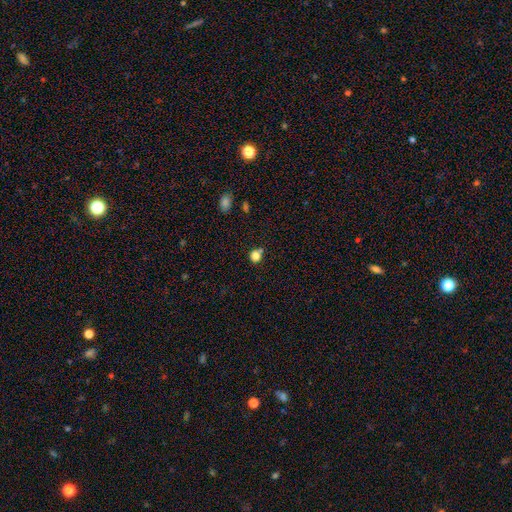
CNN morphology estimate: Q: Smooth or featured?
A: smooth (81%); runner-up: star or artifact (13%)
Q: How rounded?
A: round (87%); runner-up: in between (12%)
Q: Merging?
A: none (69%); runner-up: merger (14%)